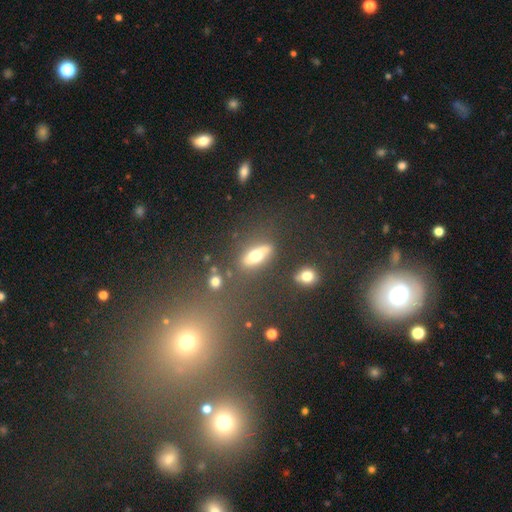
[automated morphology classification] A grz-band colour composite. It shows a smooth galaxy with no disk features (59%) that is in between round and cigar-shaped (63%). Merging: none (70%).